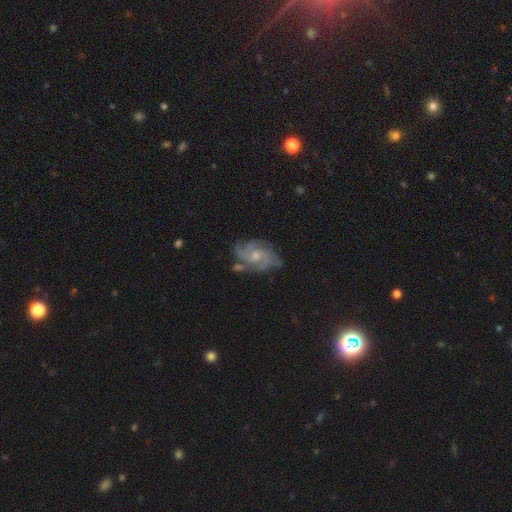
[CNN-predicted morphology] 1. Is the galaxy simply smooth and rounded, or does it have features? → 88% featured or disk, 6% smooth, 6% star or artifact.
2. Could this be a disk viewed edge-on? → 98% no, 2% yes.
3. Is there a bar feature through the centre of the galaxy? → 61% no, 33% weak, 6% strong.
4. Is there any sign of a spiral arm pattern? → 98% yes, 2% no.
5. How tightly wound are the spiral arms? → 48% tight, 43% medium, 9% loose.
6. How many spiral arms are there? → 37% 3, 23% 4, 14% can't tell, 14% 2, 6% more than 4, 6% 1.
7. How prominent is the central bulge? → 47% small (tied), 47% moderate (tied), 4% none, 2% large, 1% dominant.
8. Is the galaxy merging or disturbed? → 71% none, 19% minor disturbance, 7% major disturbance, 3% merger.